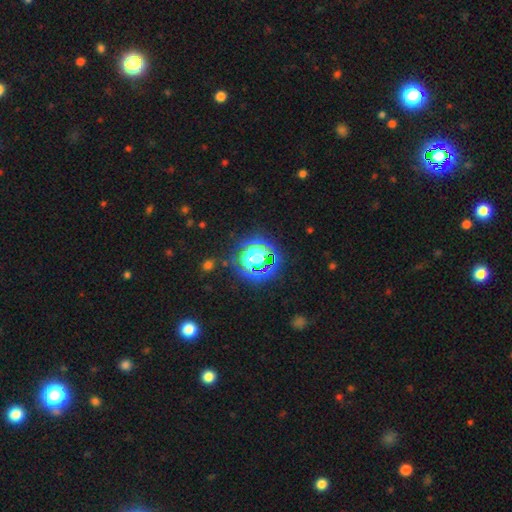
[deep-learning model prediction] Smooth or featured: star or artifact — 57% (smooth — 31%)